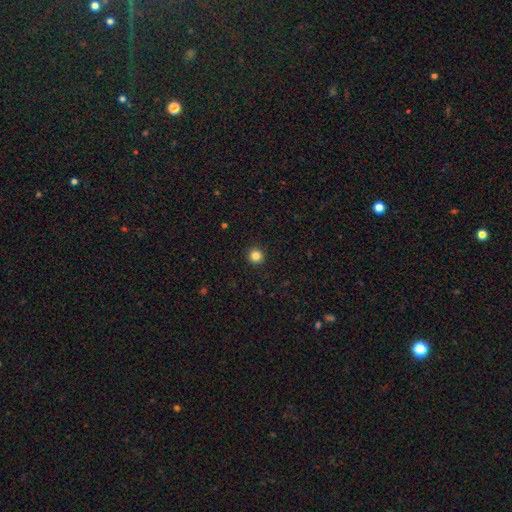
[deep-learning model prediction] Smooth or featured?
  - smooth: 83% *
  - star or artifact: 12%
  - featured or disk: 4%
How rounded?
  - round: 96% *
  - in between: 3%
  - cigar-shaped: 1%
Merging?
  - none: 94% *
  - minor disturbance: 4%
  - major disturbance: 1%
  - merger: 1%